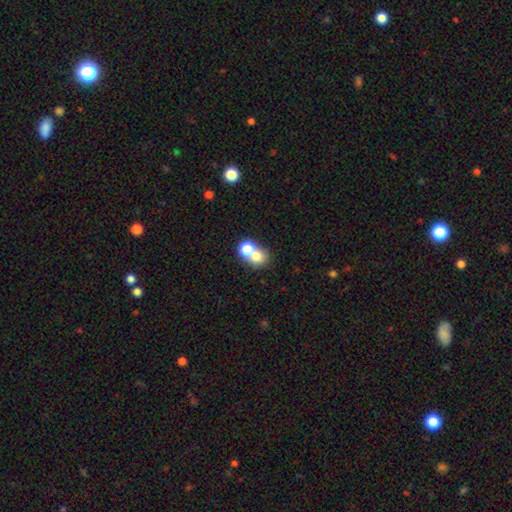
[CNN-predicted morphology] Smooth or featured?
  - smooth: 71% *
  - featured or disk: 15%
  - star or artifact: 13%
How rounded?
  - round: 73% *
  - in between: 26%
  - cigar-shaped: 1%
Merging?
  - merger: 58% *
  - none: 34%
  - minor disturbance: 5%
  - major disturbance: 3%